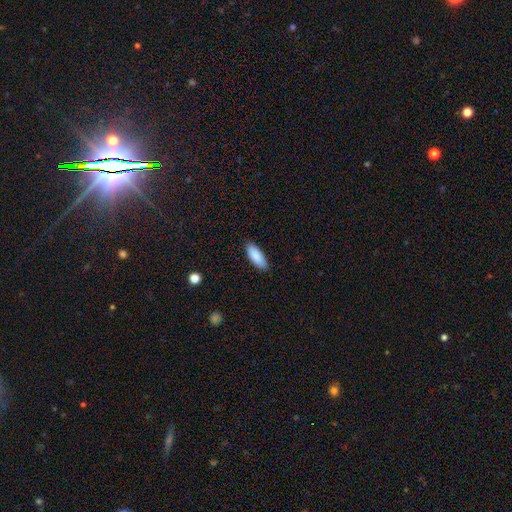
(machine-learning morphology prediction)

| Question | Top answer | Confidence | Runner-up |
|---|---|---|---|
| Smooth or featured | smooth | 89% | star or artifact (6%) |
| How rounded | in between | 77% | cigar-shaped (22%) |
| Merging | none | 86% | minor disturbance (11%) |